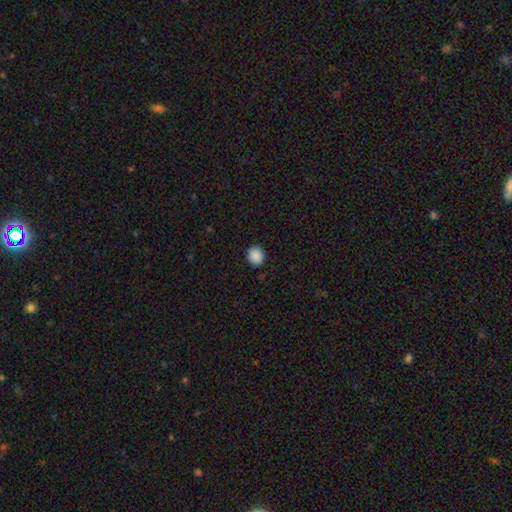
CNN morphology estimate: smooth 89%, star or artifact 9%, featured or disk 3%. Down the decision tree: how rounded — round (72%); merging — none (89%).